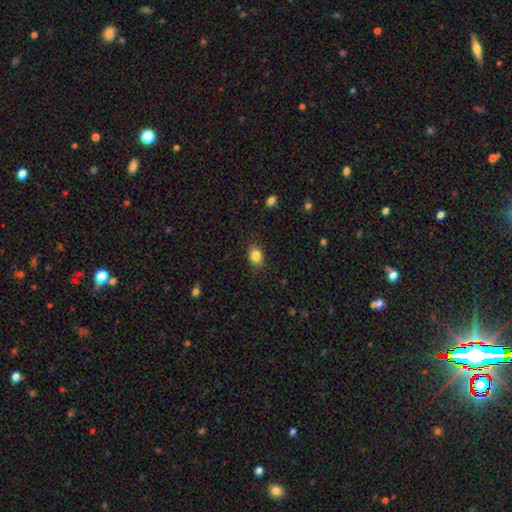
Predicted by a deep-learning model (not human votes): smooth 85%, star or artifact 9%, featured or disk 5%. Down the decision tree: how rounded — in between (73%); merging — none (87%).